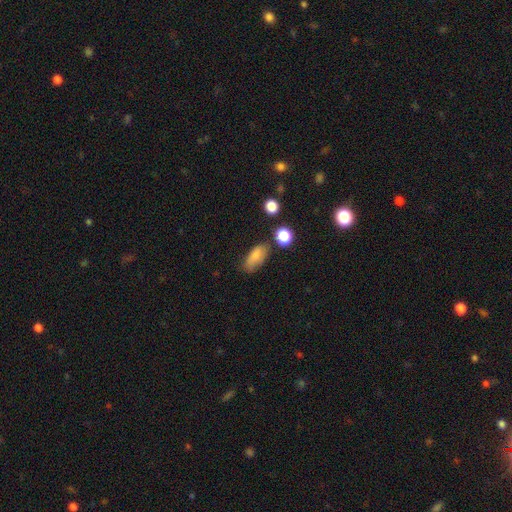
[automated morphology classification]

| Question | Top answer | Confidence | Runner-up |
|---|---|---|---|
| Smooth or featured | smooth | 82% | featured or disk (9%) |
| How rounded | in between | 84% | cigar-shaped (12%) |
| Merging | none | 68% | minor disturbance (21%) |